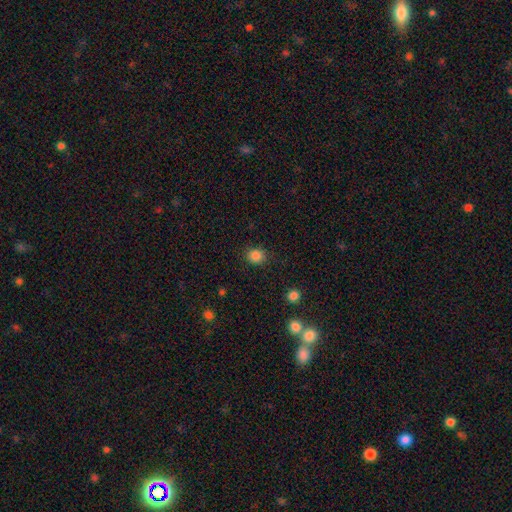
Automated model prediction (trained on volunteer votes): Morphology: type=smooth (85%); roundness=round (78%); merging=none (87%).